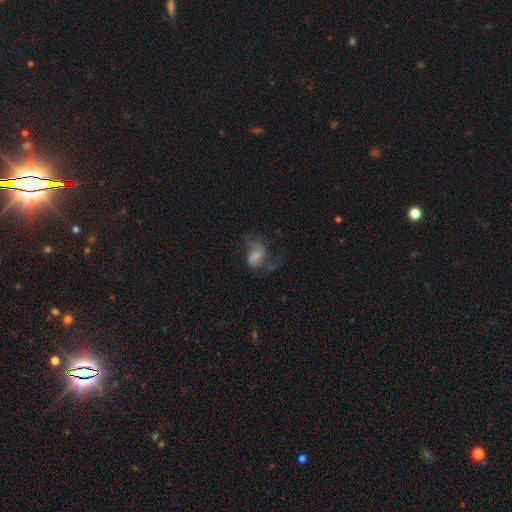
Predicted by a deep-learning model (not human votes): Q: Smooth or featured?
A: featured or disk (48%); runner-up: smooth (40%)
Q: Merging?
A: major disturbance (46%); runner-up: none (30%)